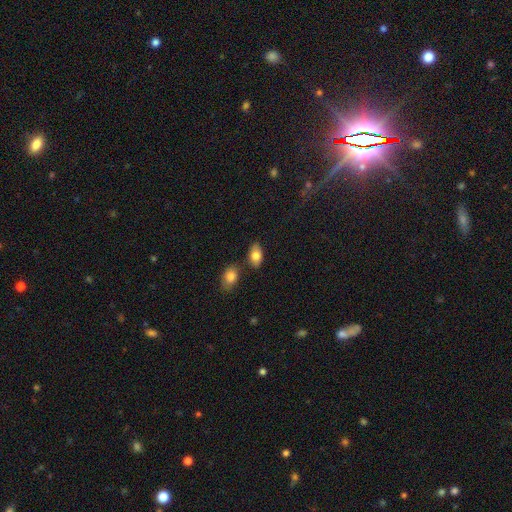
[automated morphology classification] Q: Smooth or featured?
A: smooth (81%); runner-up: featured or disk (12%)
Q: How rounded?
A: in between (91%); runner-up: round (7%)
Q: Merging?
A: none (74%); runner-up: minor disturbance (13%)